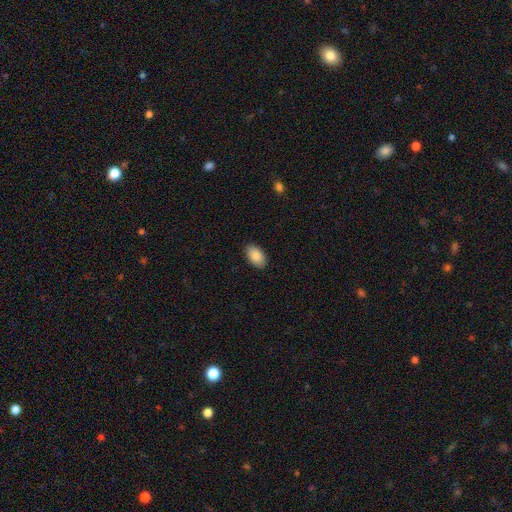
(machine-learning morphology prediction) smooth-or-featured: smooth: 89% | star or artifact: 7% | featured or disk: 4%
  how-rounded: in between: 94% | round: 5% | cigar-shaped: 1%
  merging: none: 88% | minor disturbance: 9% | major disturbance: 2% | merger: 1%